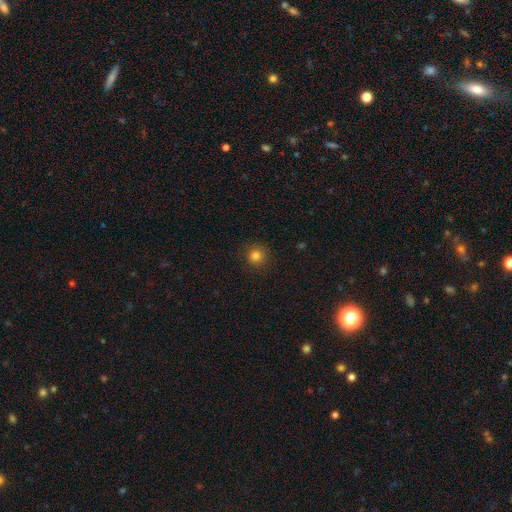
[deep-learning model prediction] Morphology: type=smooth (82%); roundness=round (94%); merging=none (90%).